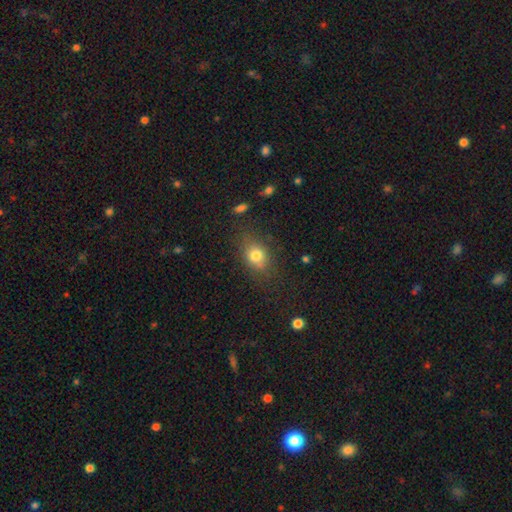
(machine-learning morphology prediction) Overall: smooth (78%). How rounded: in between (59%; round 39%). Merging: none (72%).